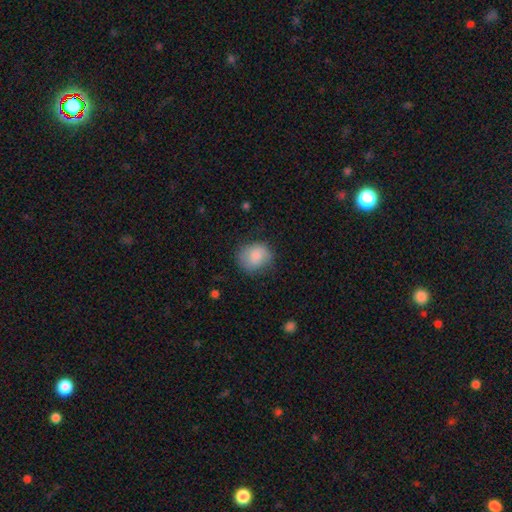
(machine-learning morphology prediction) smooth 82%, featured or disk 10%, star or artifact 7%. Down the decision tree: how rounded — round (70%); merging — none (70%).